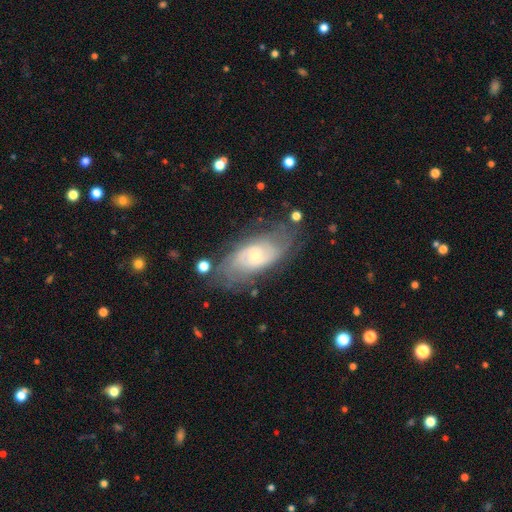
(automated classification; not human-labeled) Overall: featured or disk (72%). Edge-on disk: no (92%). Bar: no (65%; weak 29%). Spiral arms: yes (86%). Spiral arm count: 2 (42%; can't tell 41%). Spiral winding: tight (46%; medium 37%). Bulge size: small (67%; moderate 28%). Merging: none (66%).